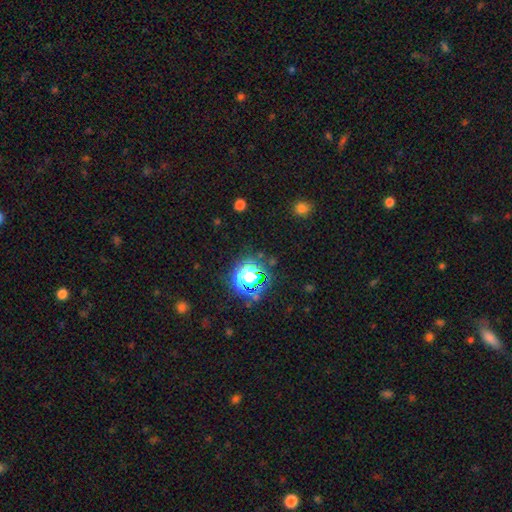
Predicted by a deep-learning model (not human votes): Q: Smooth or featured?
A: star or artifact (72%); runner-up: smooth (20%)